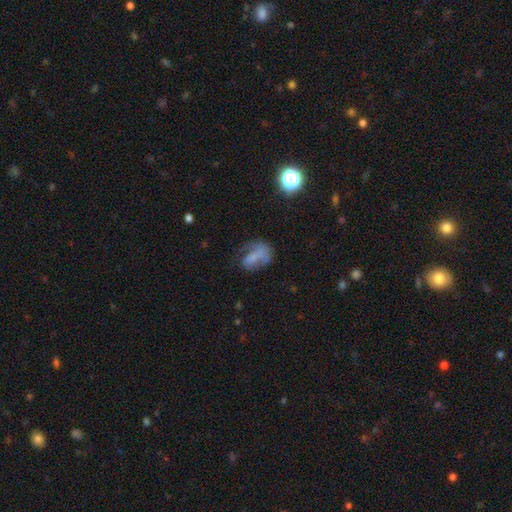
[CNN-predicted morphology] A smooth galaxy with no disk features (46%). Merging: major disturbance (38%).